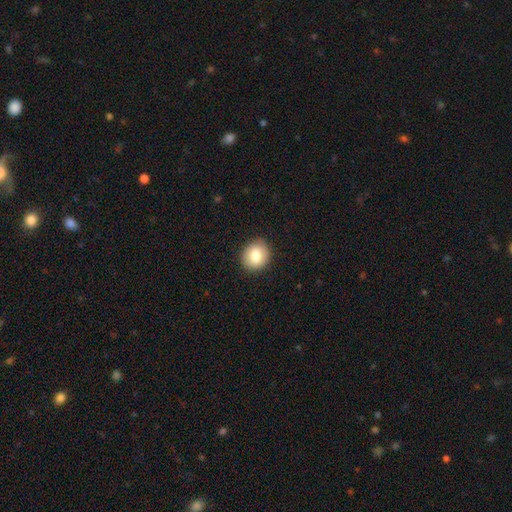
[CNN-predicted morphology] Q: Smooth or featured?
A: smooth (82%); runner-up: featured or disk (10%)
Q: How rounded?
A: round (74%); runner-up: in between (25%)
Q: Merging?
A: none (89%); runner-up: minor disturbance (8%)